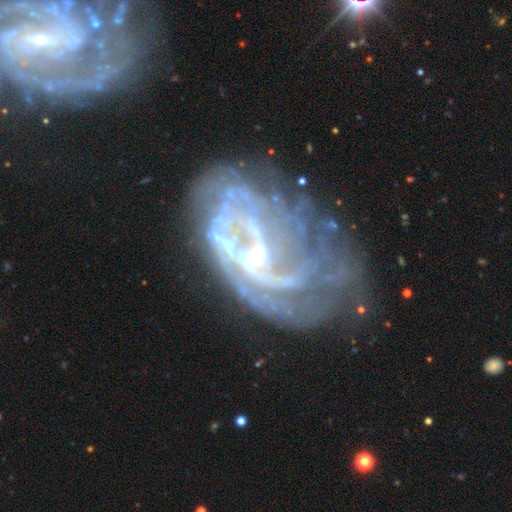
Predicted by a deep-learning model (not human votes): This is clearly a featured or disk galaxy (87%). It is clearly not viewed edge-on (97%). Bar: possibly no (46%). Spiral arm pattern: clearly yes (89%). Spiral arm count: marginally 2 (36%). Spiral winding: marginally medium (42%). Central bulge: likely small (71%). Merging: marginally none (42%).